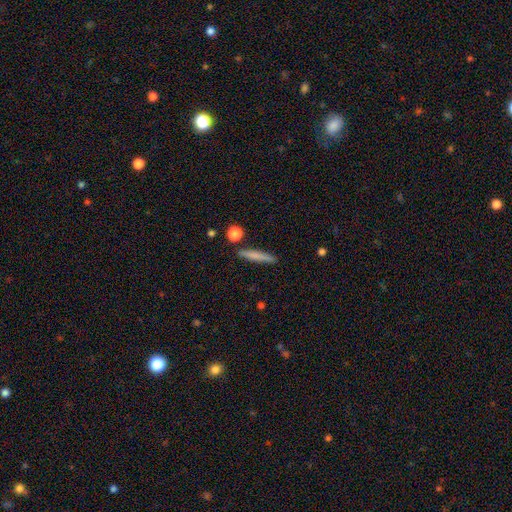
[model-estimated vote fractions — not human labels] Smooth or featured? Predicted: smooth (p=0.72). How rounded? Predicted: cigar-shaped (p=0.93). Merging? Predicted: none (p=0.87).